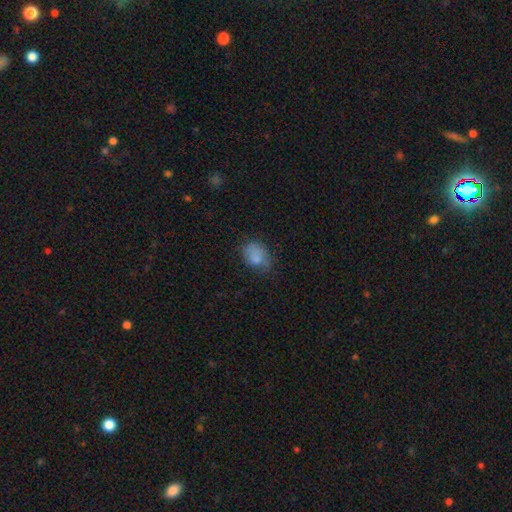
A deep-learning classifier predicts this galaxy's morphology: smooth 77%, featured or disk 13%, star or artifact 11%. Down the decision tree: how rounded — in between (67%); merging — none (51%).